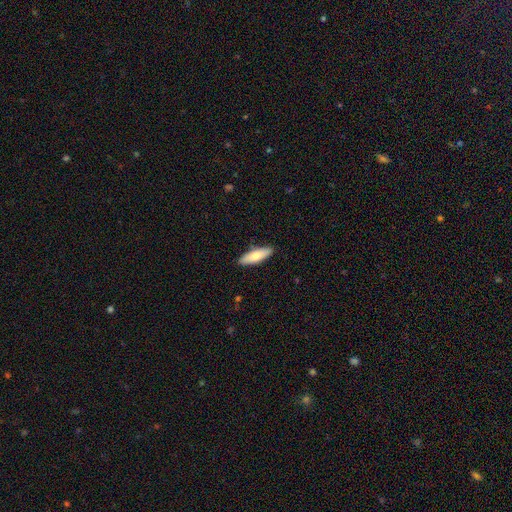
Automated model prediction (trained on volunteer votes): Smooth or featured? smooth (71%)
How rounded? in between (51%)
Merging? none (88%)